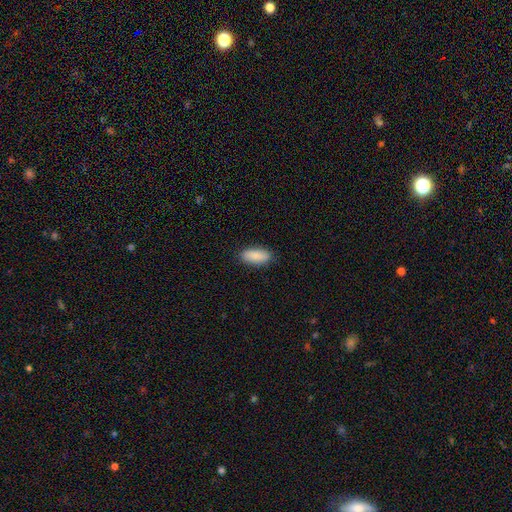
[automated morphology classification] The model was most divided on "how rounded": in between: 86%, cigar-shaped: 12%, round: 2%. More confident: merging — none (88%); smooth or featured — smooth (88%).